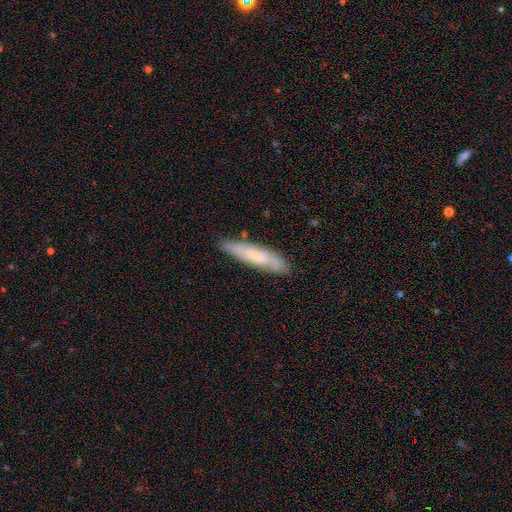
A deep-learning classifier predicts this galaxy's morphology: A smooth galaxy with no disk features (50%) that is cigar-shaped (79%).

Vote fractions:
- Smooth or featured? smooth: 50% / featured or disk: 43% / star or artifact: 7%
- How rounded? cigar-shaped: 79% / in between: 20% / round: 1%
- Merging? none: 81% / minor disturbance: 15% / major disturbance: 3% / merger: 2%